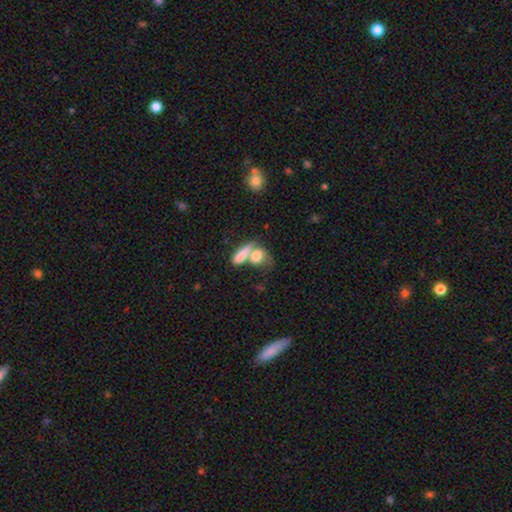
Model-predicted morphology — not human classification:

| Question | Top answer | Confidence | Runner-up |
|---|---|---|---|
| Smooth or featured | smooth | 73% | featured or disk (18%) |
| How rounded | in between | 63% | round (25%) |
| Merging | merger | 60% | none (24%) |